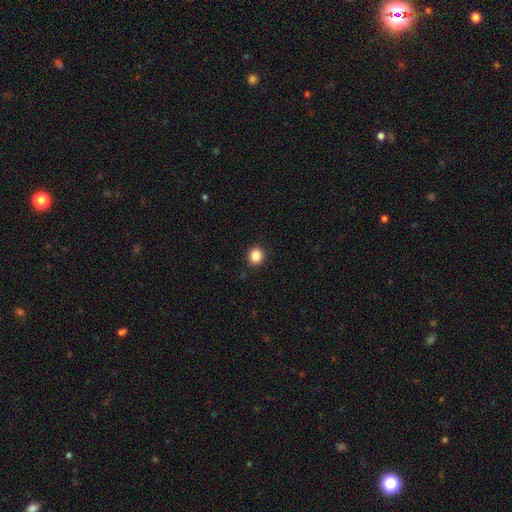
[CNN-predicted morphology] The model was most divided on "smooth or featured": smooth: 87%, star or artifact: 10%, featured or disk: 3%. More confident: merging — none (91%); how rounded — round (88%).